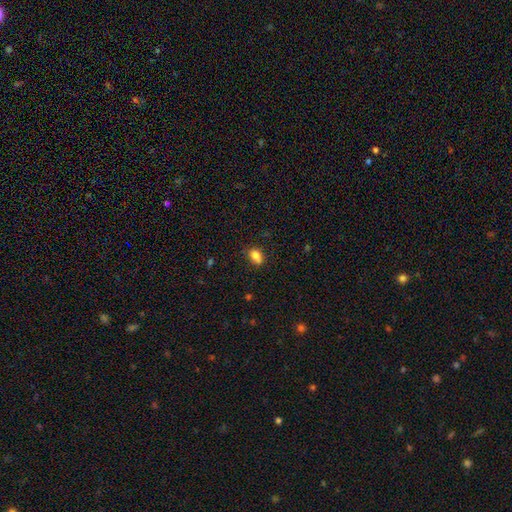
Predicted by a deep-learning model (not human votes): Smooth or featured: smooth — 83% (star or artifact — 10%)
How rounded: in between — 81% (round — 17%)
Merging: none — 72% (minor disturbance — 21%)